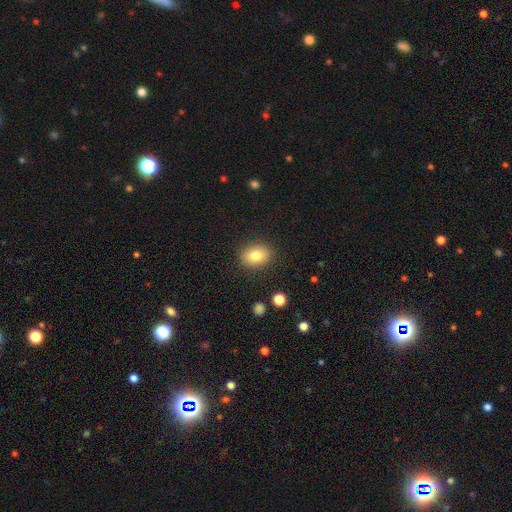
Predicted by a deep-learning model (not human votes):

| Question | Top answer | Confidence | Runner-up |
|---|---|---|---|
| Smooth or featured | smooth | 80% | featured or disk (11%) |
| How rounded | in between | 56% | round (43%) |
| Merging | none | 87% | minor disturbance (9%) |